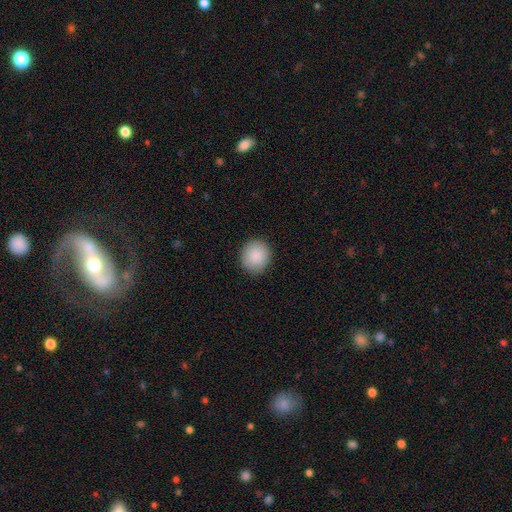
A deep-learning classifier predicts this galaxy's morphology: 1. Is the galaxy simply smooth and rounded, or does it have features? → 90% smooth, 7% star or artifact, 3% featured or disk.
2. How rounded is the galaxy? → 85% round, 14% in between, 1% cigar-shaped.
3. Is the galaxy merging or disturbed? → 90% none, 7% minor disturbance, 2% major disturbance, 1% merger.